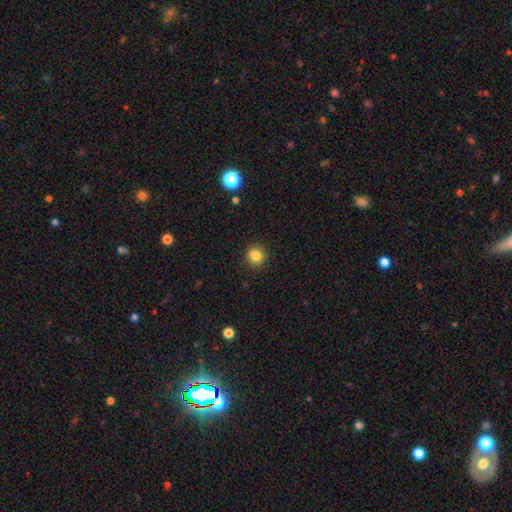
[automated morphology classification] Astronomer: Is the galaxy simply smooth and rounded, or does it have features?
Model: smooth — 83%.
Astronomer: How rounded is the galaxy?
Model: round — 91%.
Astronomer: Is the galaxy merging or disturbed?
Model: none — 91%.